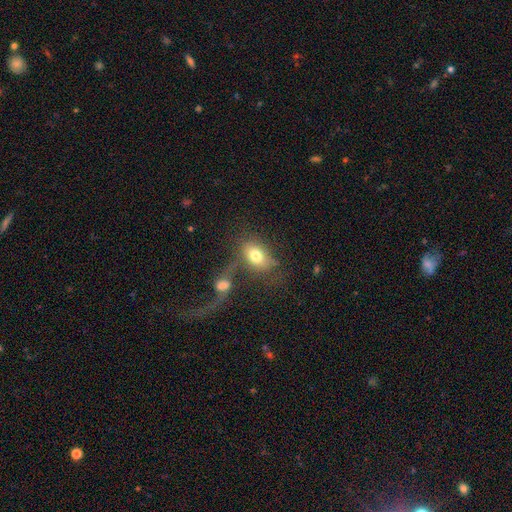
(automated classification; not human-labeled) Smooth or featured? smooth (71%)
How rounded? in between (78%)
Merging? merger (39%)